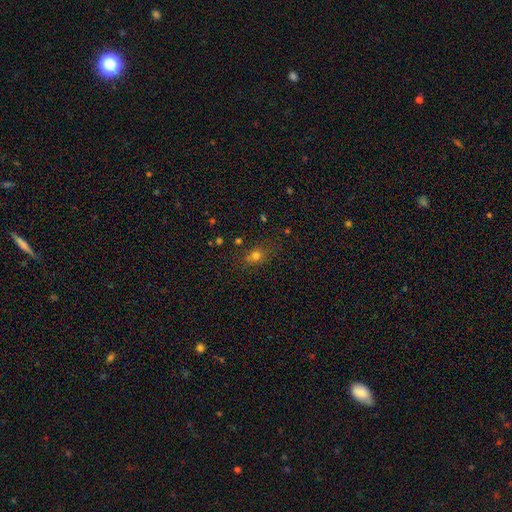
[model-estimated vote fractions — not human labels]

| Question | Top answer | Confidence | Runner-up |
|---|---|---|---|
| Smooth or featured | smooth | 70% | star or artifact (18%) |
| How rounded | round | 51% | in between (45%) |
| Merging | none | 70% | minor disturbance (18%) |